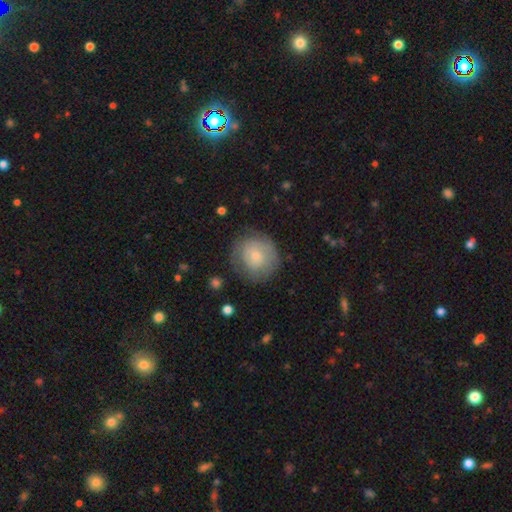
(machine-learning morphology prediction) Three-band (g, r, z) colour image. It shows a smooth galaxy with no disk features (61%) that is round (89%). Merging: none (72%).